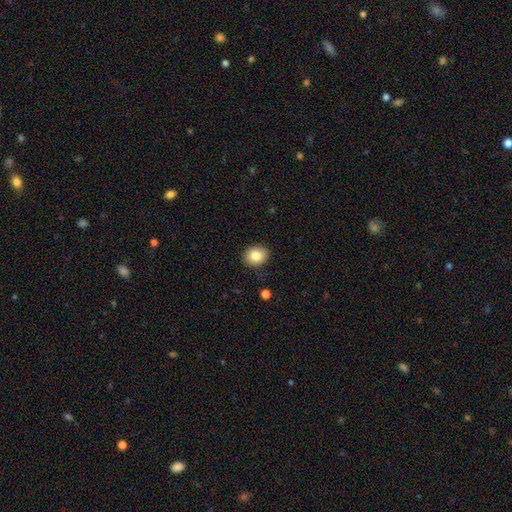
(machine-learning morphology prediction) Overall: smooth (84%). How rounded: round (62%; in between 37%). Merging: none (87%).